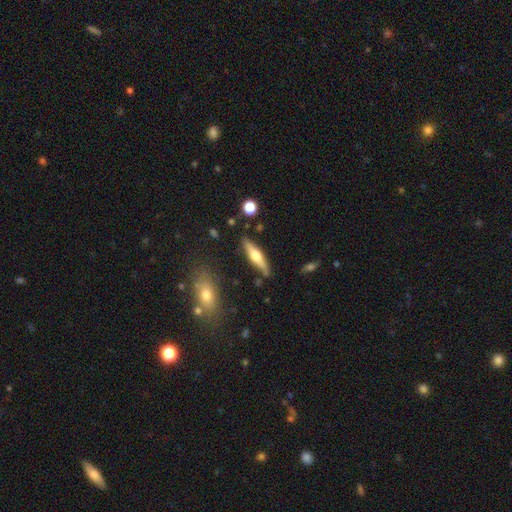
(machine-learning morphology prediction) This appears to be a featured or disk galaxy (54%) viewed edge-on (94%) with a rounded central bulge (91%). Merging: none (83%).